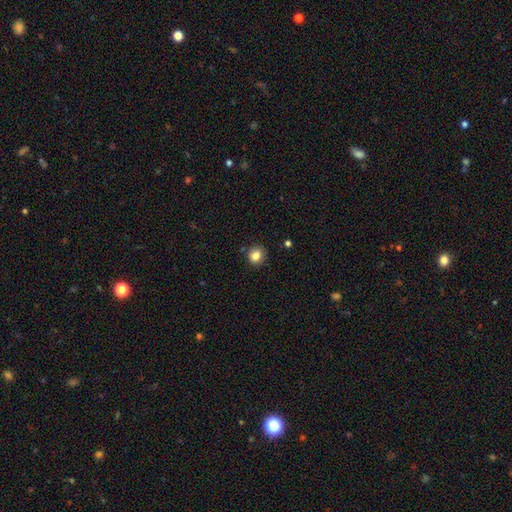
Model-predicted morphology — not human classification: This appears to be a smooth galaxy with no disk features (83%) that is round (81%). Merging: none (86%).